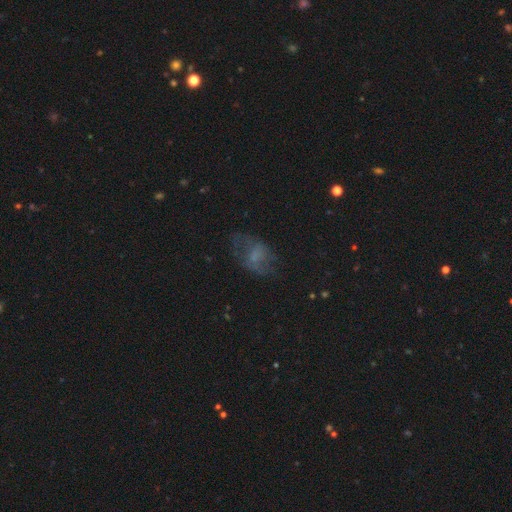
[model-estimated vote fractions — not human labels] Q: Smooth or featured?
A: smooth (43%); runner-up: featured or disk (41%)
Q: Merging?
A: none (50%); runner-up: major disturbance (26%)